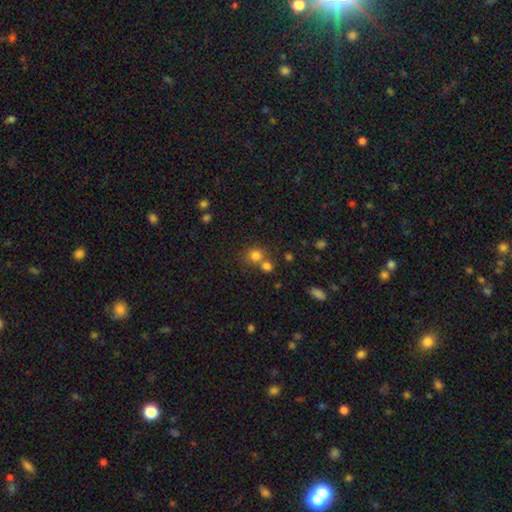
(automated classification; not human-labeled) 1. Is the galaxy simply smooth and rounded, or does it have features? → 78% smooth, 14% star or artifact, 8% featured or disk.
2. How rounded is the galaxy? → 84% round, 15% in between, 1% cigar-shaped.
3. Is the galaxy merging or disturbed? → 54% none, 36% merger, 7% minor disturbance, 3% major disturbance.